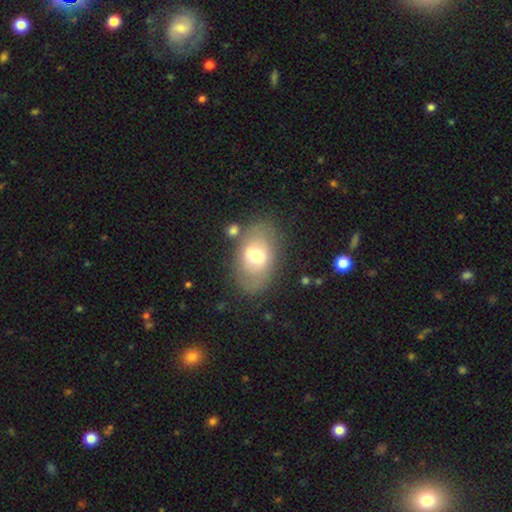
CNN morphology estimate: type=smooth (60%); roundness=in between (86%); merging=none (70%).